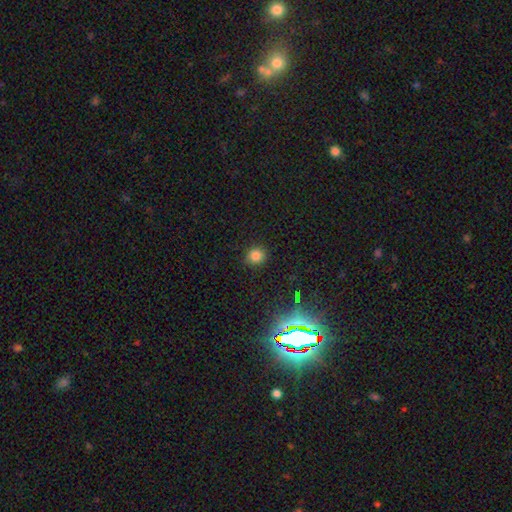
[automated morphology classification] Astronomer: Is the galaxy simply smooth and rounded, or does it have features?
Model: smooth — 80%.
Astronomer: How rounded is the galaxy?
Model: round — 88%.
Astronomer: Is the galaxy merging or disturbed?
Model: none — 89%.